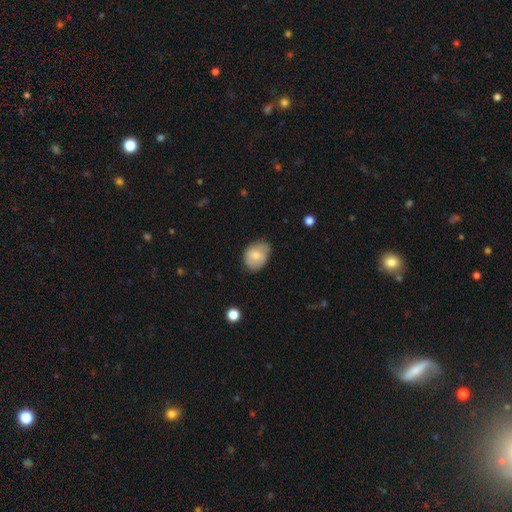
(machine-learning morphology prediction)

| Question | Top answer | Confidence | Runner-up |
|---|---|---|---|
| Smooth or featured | smooth | 73% | featured or disk (20%) |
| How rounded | in between | 60% | round (39%) |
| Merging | none | 68% | minor disturbance (26%) |